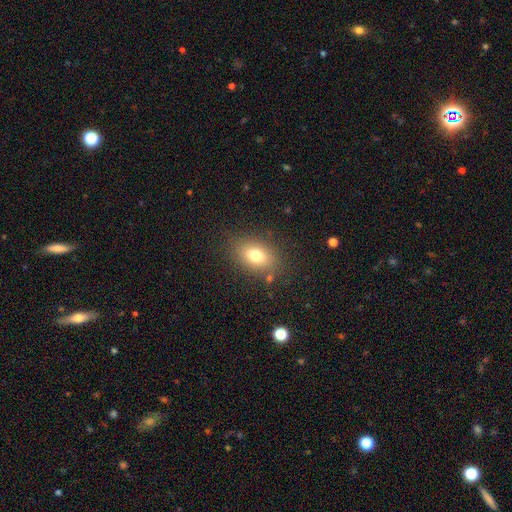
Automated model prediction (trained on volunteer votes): smooth 75%, featured or disk 13%, star or artifact 12%. Down the decision tree: how rounded — in between (79%); merging — none (81%).